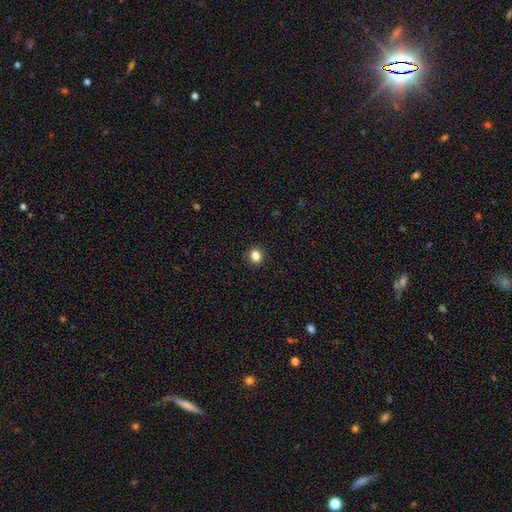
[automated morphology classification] smooth 83%, star or artifact 12%, featured or disk 4%. Down the decision tree: how rounded — round (81%); merging — none (92%).